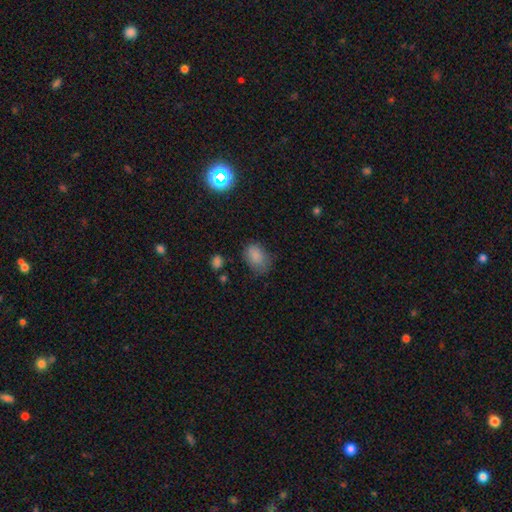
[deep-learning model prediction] Overall: smooth (82%). How rounded: in between (75%). Merging: none (58%; minor disturbance 29%).